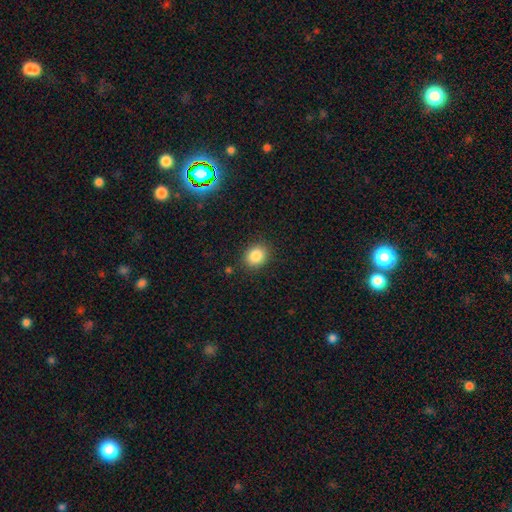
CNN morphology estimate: A smooth galaxy with no disk features (85%) that is round (60%).

Vote fractions:
- Smooth or featured? smooth: 85% / star or artifact: 10% / featured or disk: 5%
- How rounded? round: 60% / in between: 39% / cigar-shaped: 1%
- Merging? none: 87% / minor disturbance: 9% / major disturbance: 3% / merger: 2%